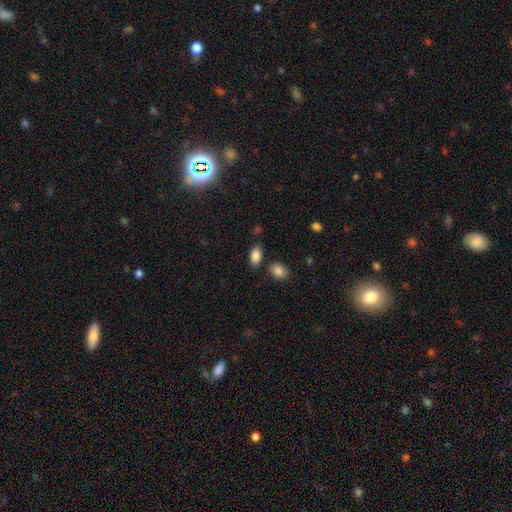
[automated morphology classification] smooth 87%, star or artifact 9%, featured or disk 5%. Down the decision tree: how rounded — in between (90%); merging — none (78%).